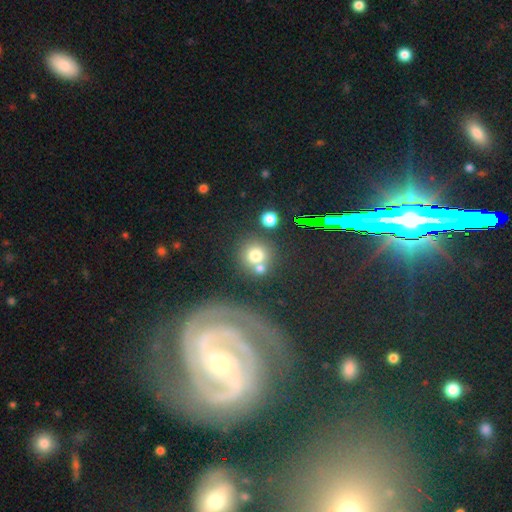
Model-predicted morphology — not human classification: This appears to be a smooth galaxy with no disk features (72%) that is round (87%). Merging: none (55%).